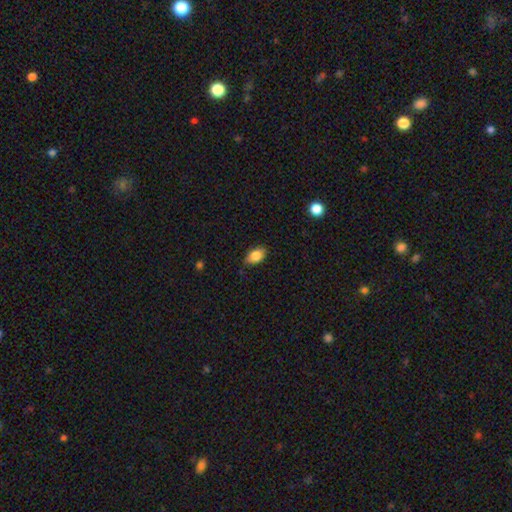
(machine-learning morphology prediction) Smooth or featured? smooth (83%)
How rounded? in between (88%)
Merging? none (80%)